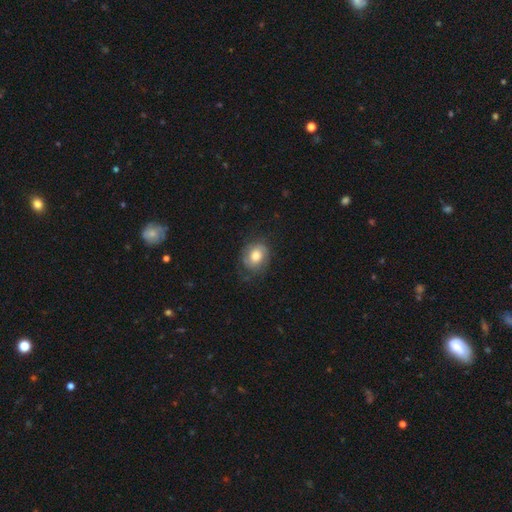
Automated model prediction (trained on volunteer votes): Q: Smooth or featured?
A: smooth (49%); runner-up: featured or disk (43%)
Q: Merging?
A: none (65%); runner-up: minor disturbance (22%)